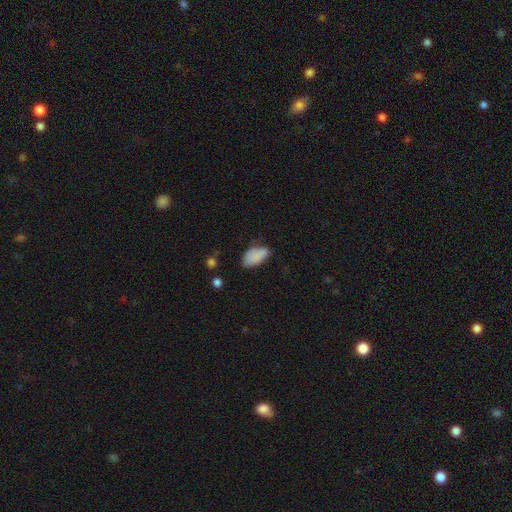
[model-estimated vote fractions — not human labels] Q: Smooth or featured?
A: smooth (85%); runner-up: star or artifact (8%)
Q: How rounded?
A: in between (93%); runner-up: round (4%)
Q: Merging?
A: none (55%); runner-up: minor disturbance (33%)